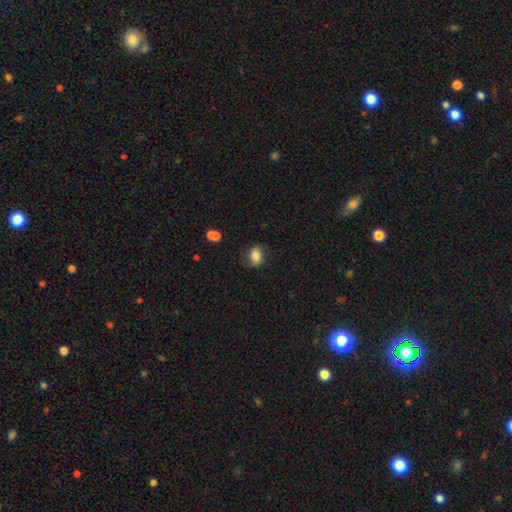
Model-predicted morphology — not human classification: A smooth galaxy with no disk features (81%) that is in between round and cigar-shaped (69%). Merging: none (79%).